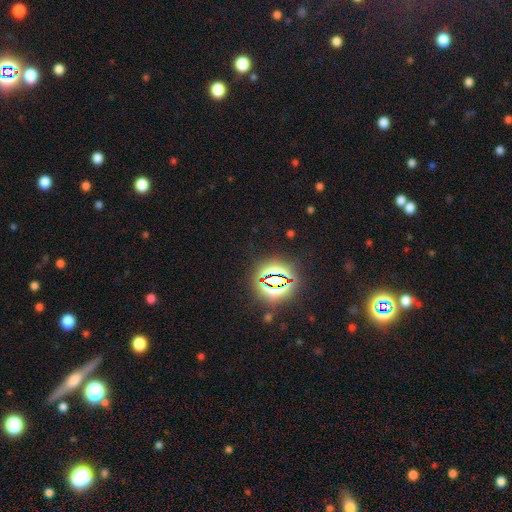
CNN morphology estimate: Smooth or featured? star or artifact (82%)